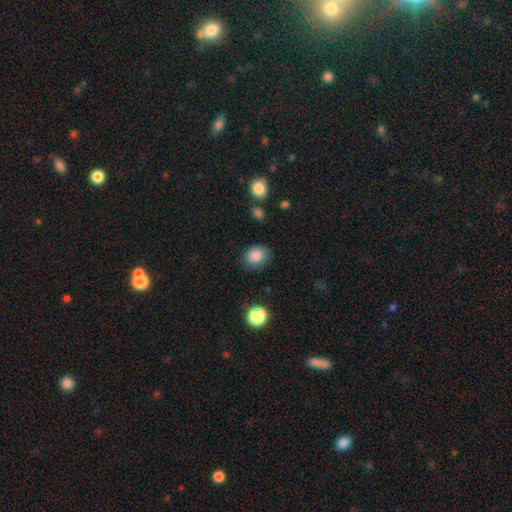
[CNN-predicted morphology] The model was most divided on "how rounded": round: 51%, in between: 48%, cigar-shaped: 1%. More confident: smooth or featured — smooth (86%); merging — none (82%).